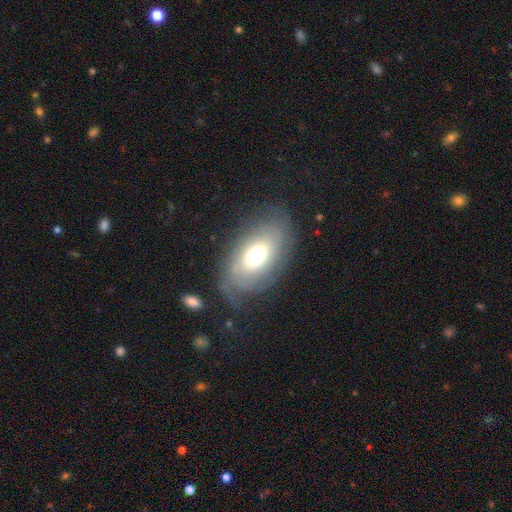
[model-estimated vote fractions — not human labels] Morphology: type=smooth (50%); roundness=in between (87%); merging=none (67%).